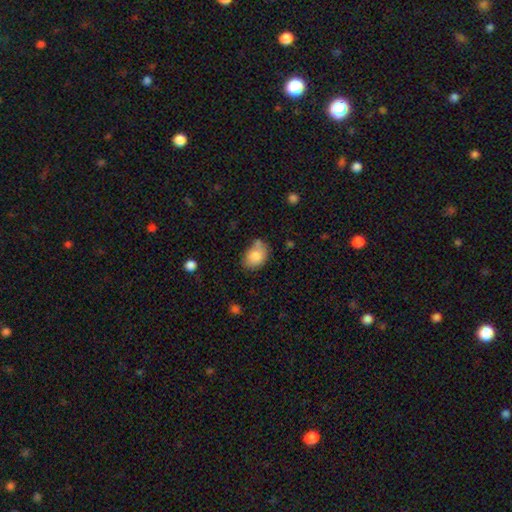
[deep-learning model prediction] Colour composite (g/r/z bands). It shows a smooth galaxy with no disk features (83%) that is in between round and cigar-shaped (76%). Merging: none (56%).